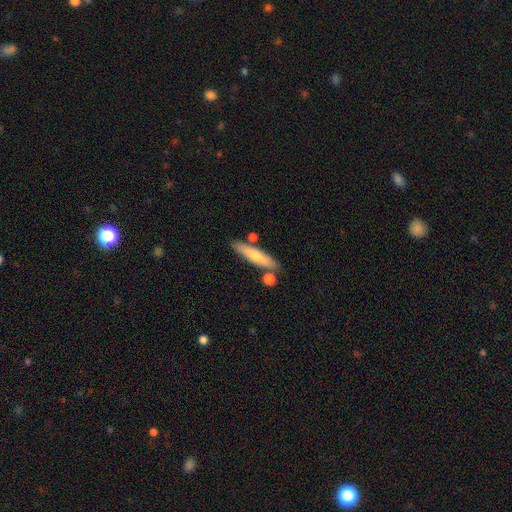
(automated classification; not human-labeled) Overall: smooth (65%; featured or disk 29%). How rounded: cigar-shaped (82%). Merging: none (76%).